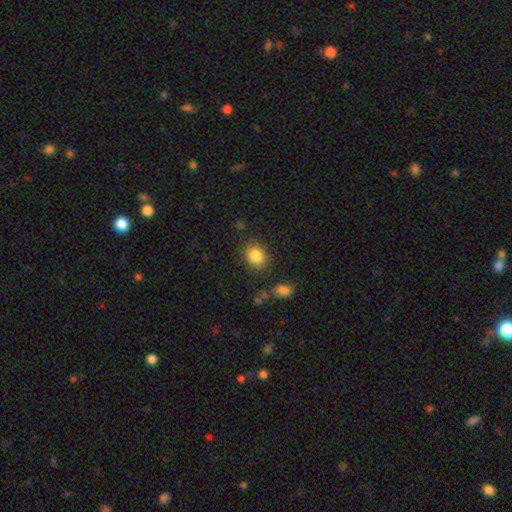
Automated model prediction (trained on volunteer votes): Q: Smooth or featured?
A: smooth (85%); runner-up: star or artifact (9%)
Q: How rounded?
A: round (68%); runner-up: in between (31%)
Q: Merging?
A: none (82%); runner-up: minor disturbance (11%)